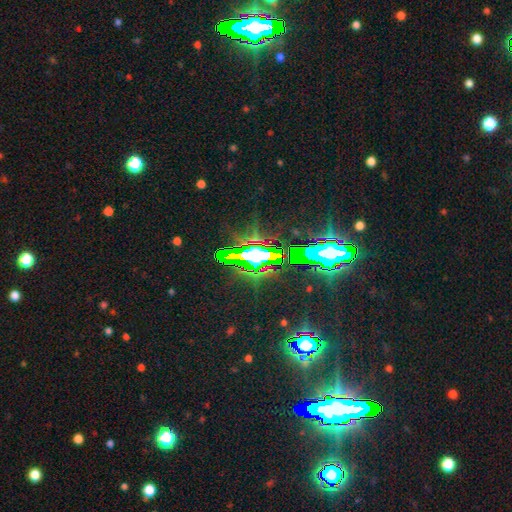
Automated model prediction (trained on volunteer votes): smooth_or_featured: star or artifact (p=0.74) [alt: smooth p=0.14]